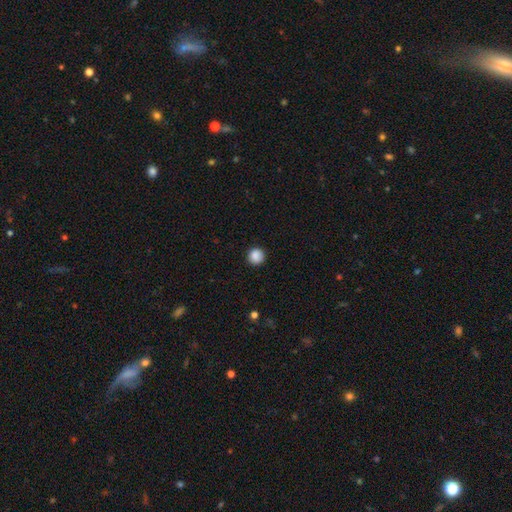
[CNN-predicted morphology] Smooth or featured? Predicted: smooth (p=0.88). How rounded? Predicted: round (p=0.94). Merging? Predicted: none (p=0.91).